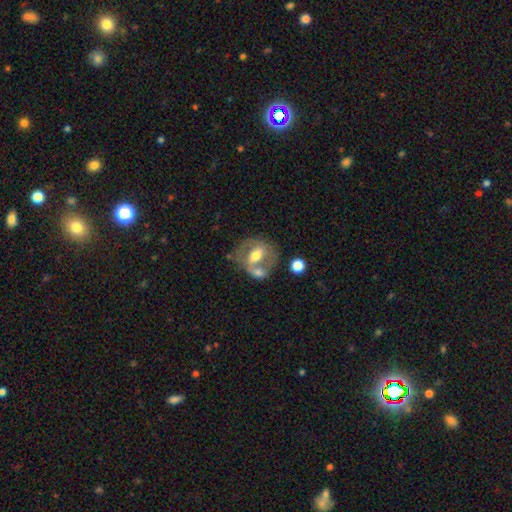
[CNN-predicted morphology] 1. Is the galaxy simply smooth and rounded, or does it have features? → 59% featured or disk, 33% smooth, 7% star or artifact.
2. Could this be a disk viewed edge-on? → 94% no, 6% yes.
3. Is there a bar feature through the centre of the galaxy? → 37% weak, 34% strong, 29% no.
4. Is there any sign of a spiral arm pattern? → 53% no, 47% yes.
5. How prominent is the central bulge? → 70% moderate, 14% small, 13% large, 2% none, 1% dominant.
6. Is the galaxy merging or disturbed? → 41% none, 35% merger, 15% minor disturbance, 9% major disturbance.